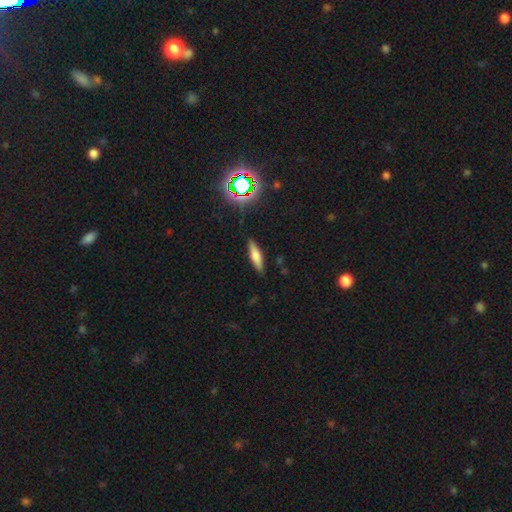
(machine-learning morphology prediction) type=smooth (65%); roundness=cigar-shaped (62%); merging=none (87%).